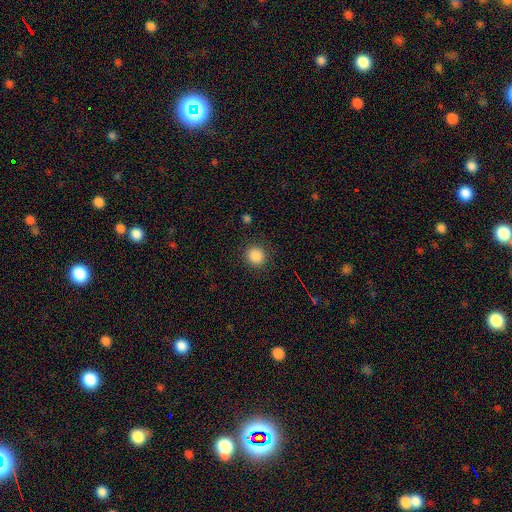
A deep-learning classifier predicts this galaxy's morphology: This appears to be a smooth galaxy with no disk features (86%) that is round (93%). Merging: none (90%).